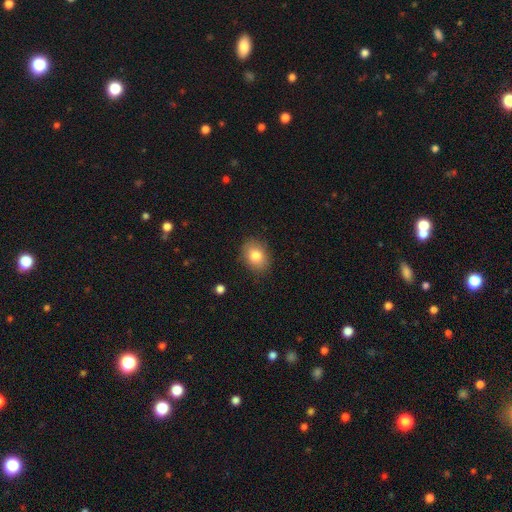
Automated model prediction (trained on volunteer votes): Smooth or featured? smooth (81%)
How rounded? in between (63%)
Merging? none (85%)